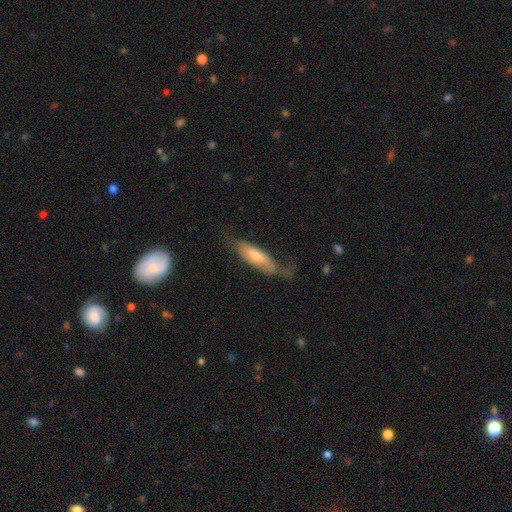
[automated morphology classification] Q: Smooth or featured?
A: smooth (54%); runner-up: featured or disk (39%)
Q: How rounded?
A: in between (50%); runner-up: cigar-shaped (48%)
Q: Merging?
A: none (45%); runner-up: minor disturbance (30%)